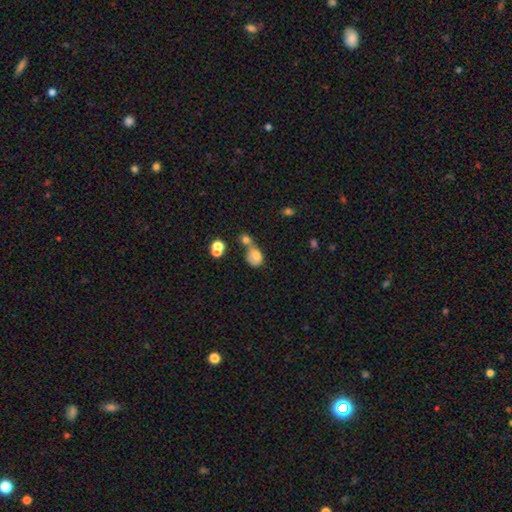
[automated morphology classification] smooth_or_featured: smooth (p=0.71) [alt: featured or disk p=0.18]
how_rounded: in between (p=0.60) [alt: round p=0.38]
merging: merger (p=0.52) [alt: none p=0.22]